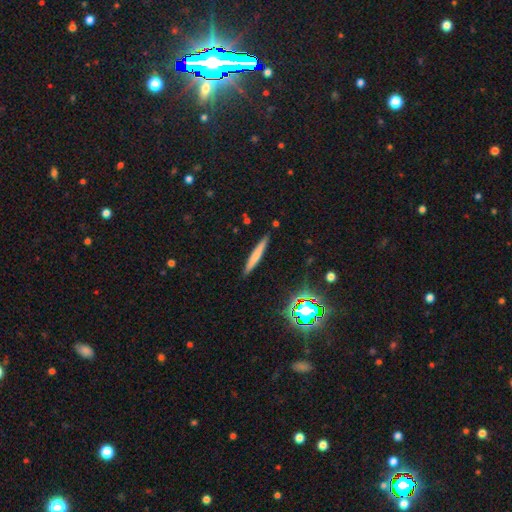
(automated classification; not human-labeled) A smooth galaxy with no disk features (64%) that is cigar-shaped (95%).

Vote fractions:
- Smooth or featured? smooth: 64% / featured or disk: 27% / star or artifact: 9%
- How rounded? cigar-shaped: 95% / in between: 3% / round: 1%
- Merging? none: 90% / minor disturbance: 7% / major disturbance: 2% / merger: 2%